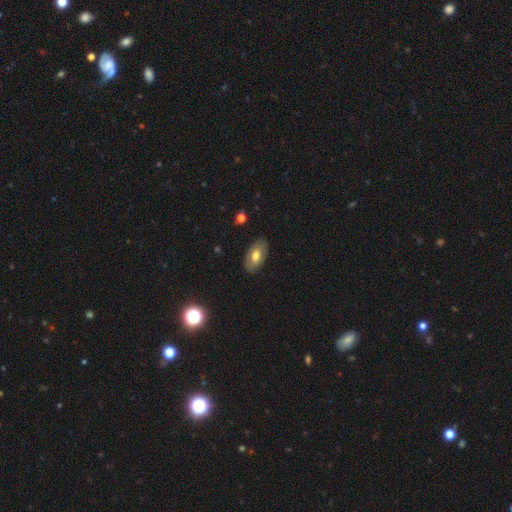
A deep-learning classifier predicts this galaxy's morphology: A smooth galaxy with no disk features (66%) that is in between round and cigar-shaped (93%). Merging: none (85%).